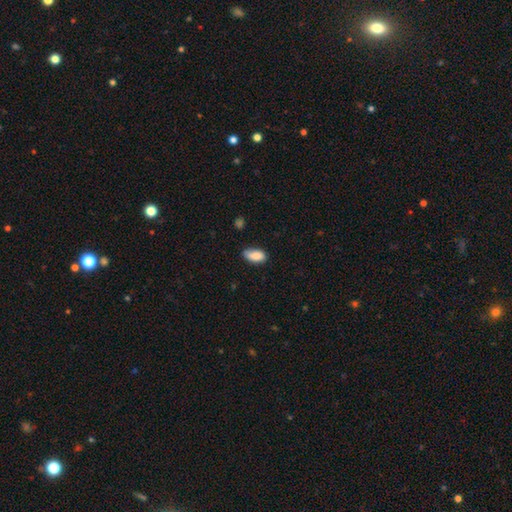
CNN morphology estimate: smooth 87%, star or artifact 7%, featured or disk 6%. Down the decision tree: how rounded — in between (92%); merging — none (67%).